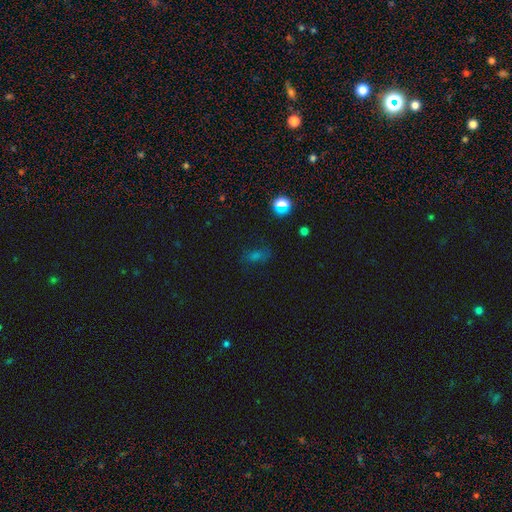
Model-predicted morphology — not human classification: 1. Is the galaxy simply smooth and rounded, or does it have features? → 44% smooth, 37% star or artifact, 18% featured or disk.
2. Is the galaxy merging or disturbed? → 66% none, 20% minor disturbance, 12% major disturbance, 3% merger.